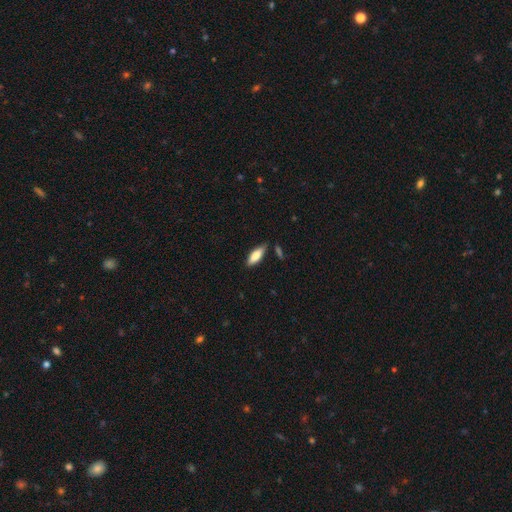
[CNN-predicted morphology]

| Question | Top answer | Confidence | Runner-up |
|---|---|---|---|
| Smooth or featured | smooth | 77% | featured or disk (17%) |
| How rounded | in between | 63% | cigar-shaped (35%) |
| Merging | none | 79% | minor disturbance (15%) |